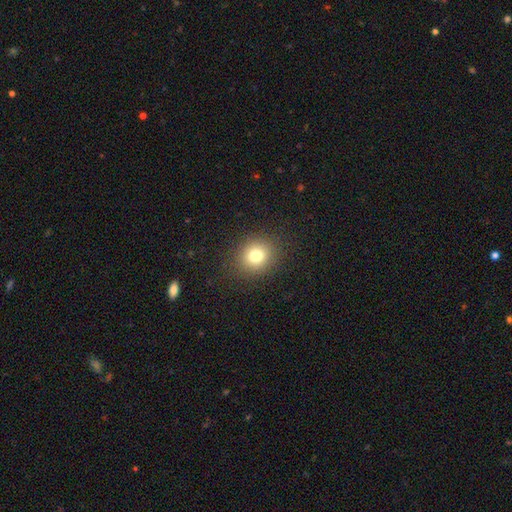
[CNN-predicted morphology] A smooth galaxy with no disk features (79%) that is round (73%). Merging: none (89%).